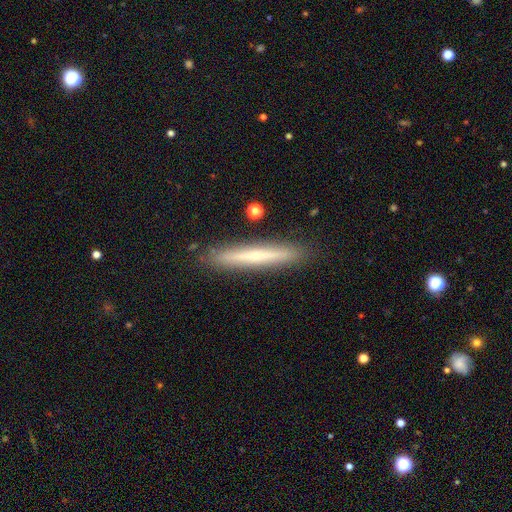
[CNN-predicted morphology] Q: Smooth or featured?
A: smooth (50%); runner-up: featured or disk (43%)
Q: Merging?
A: none (88%); runner-up: minor disturbance (8%)